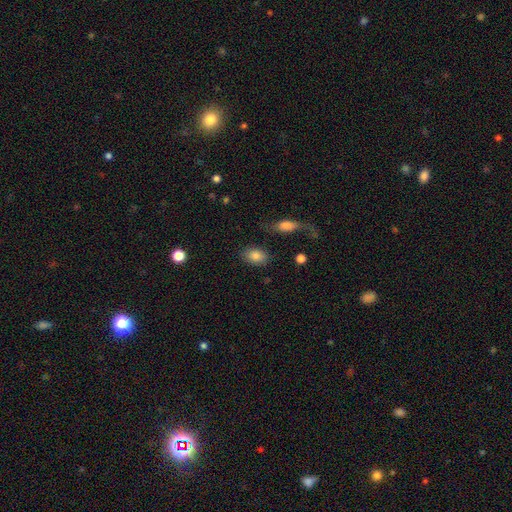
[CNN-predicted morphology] Smooth or featured? smooth (84%)
How rounded? in between (81%)
Merging? none (81%)